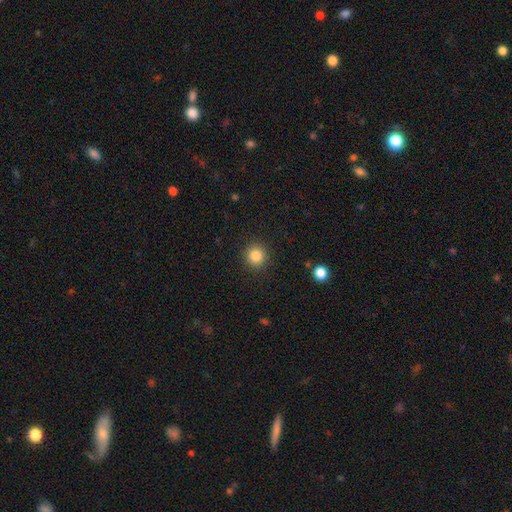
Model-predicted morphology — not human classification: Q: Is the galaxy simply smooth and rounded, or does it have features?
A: smooth — 84%.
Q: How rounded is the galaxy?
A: round — 93%.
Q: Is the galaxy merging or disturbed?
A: none — 91%.